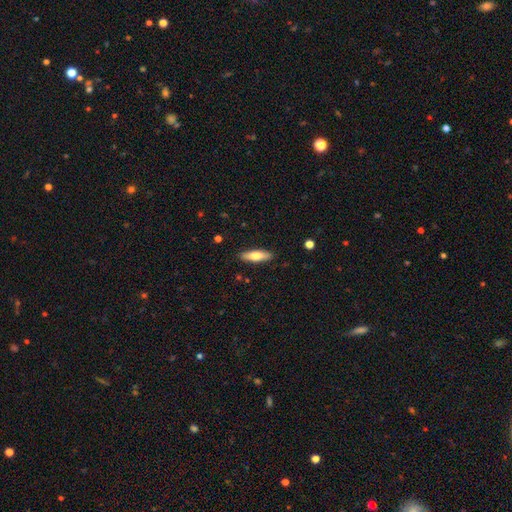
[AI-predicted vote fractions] The model was most divided on "how rounded": cigar-shaped: 55%, in between: 44%, round: 2%. More confident: merging — none (89%); smooth or featured — smooth (70%).